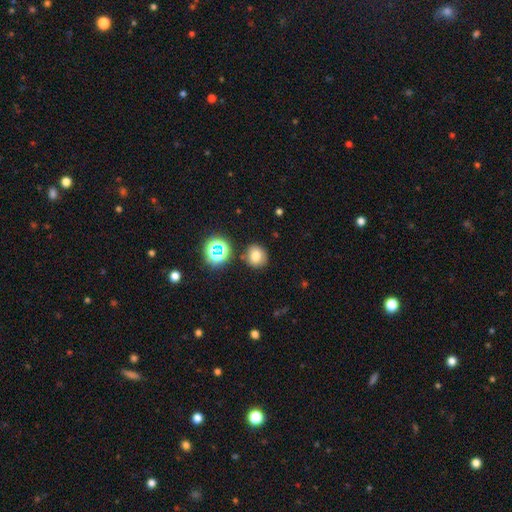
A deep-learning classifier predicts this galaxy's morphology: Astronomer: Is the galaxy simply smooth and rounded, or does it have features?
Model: smooth — 72%.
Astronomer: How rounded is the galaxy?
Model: round — 76%.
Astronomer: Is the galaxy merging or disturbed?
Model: none — 81%.